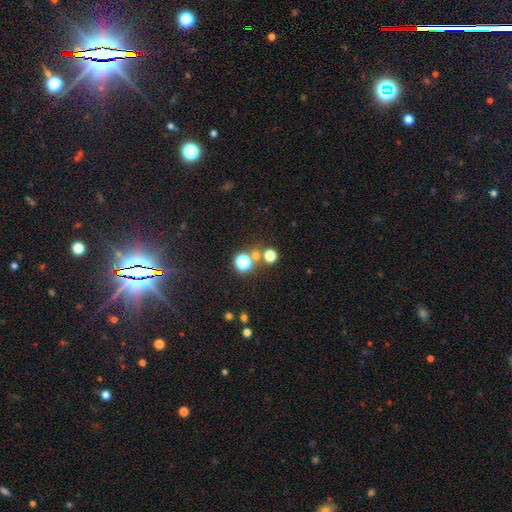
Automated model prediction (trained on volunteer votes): This appears to be a smooth galaxy with no disk features (54%) that is round (89%). Merging: none (69%).